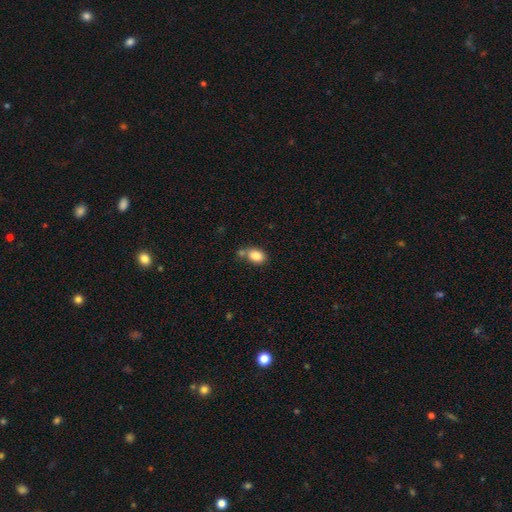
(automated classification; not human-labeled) smooth_or_featured: smooth (p=0.85) [alt: star or artifact p=0.09]
how_rounded: in between (p=0.76) [alt: round p=0.23]
merging: none (p=0.56) [alt: merger p=0.23]